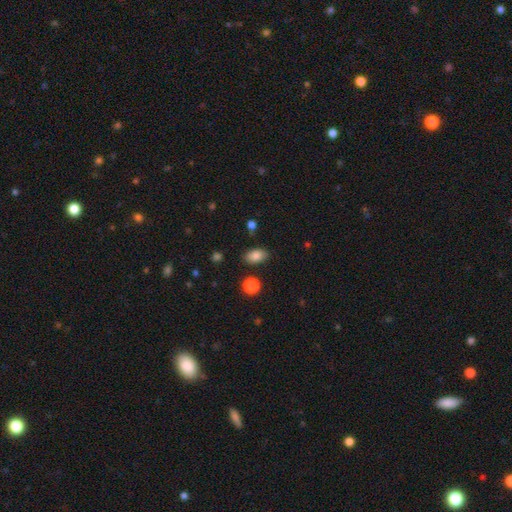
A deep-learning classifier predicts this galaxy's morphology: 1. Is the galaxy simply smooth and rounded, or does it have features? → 83% smooth, 10% star or artifact, 8% featured or disk.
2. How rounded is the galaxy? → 89% in between, 9% round, 2% cigar-shaped.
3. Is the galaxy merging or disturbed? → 84% none, 10% minor disturbance, 3% major disturbance, 2% merger.